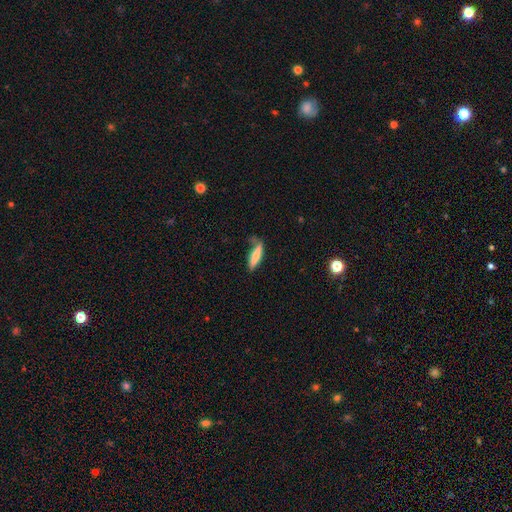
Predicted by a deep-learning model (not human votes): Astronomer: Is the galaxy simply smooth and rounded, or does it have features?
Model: smooth — 72%.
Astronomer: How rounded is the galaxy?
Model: cigar-shaped — 77%.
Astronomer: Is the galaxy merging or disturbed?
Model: none — 56%.